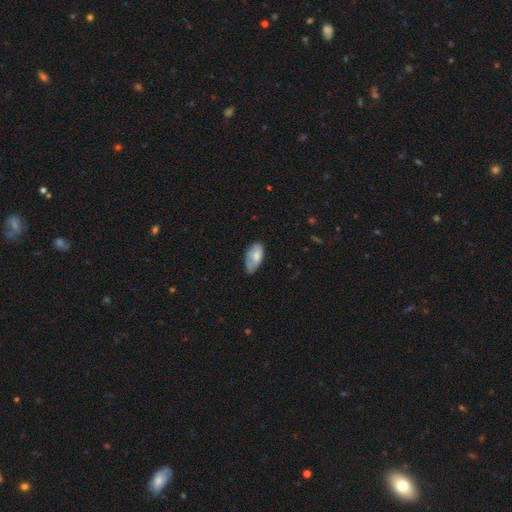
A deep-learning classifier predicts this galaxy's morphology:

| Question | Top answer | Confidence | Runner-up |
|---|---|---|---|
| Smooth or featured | smooth | 72% | featured or disk (22%) |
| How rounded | in between | 92% | cigar-shaped (5%) |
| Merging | none | 46% | minor disturbance (38%) |